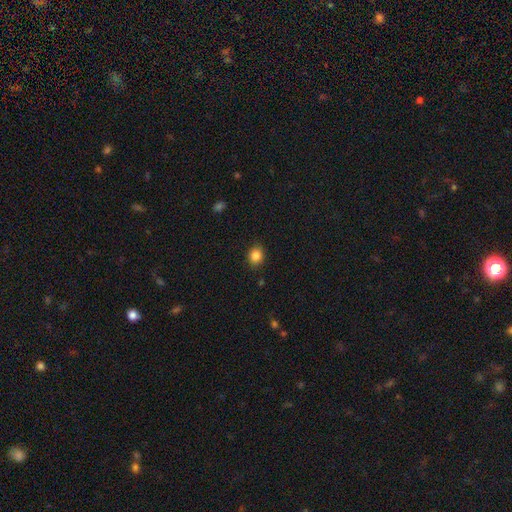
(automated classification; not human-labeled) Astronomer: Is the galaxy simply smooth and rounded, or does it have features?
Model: smooth — 85%.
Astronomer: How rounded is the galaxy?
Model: round — 68%.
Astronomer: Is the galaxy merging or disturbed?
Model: none — 87%.